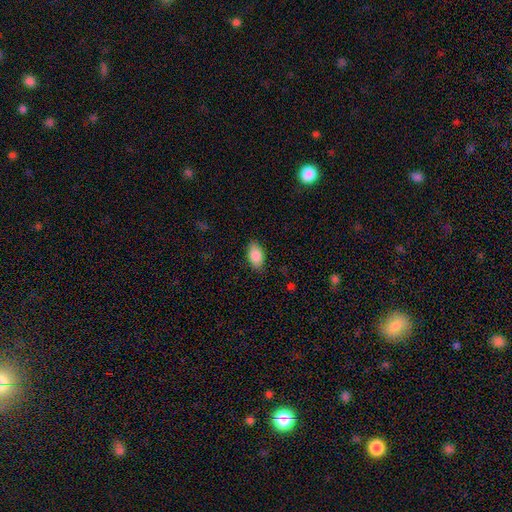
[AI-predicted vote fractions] A smooth galaxy with no disk features (87%) that is in between round and cigar-shaped (93%). Merging: none (85%).